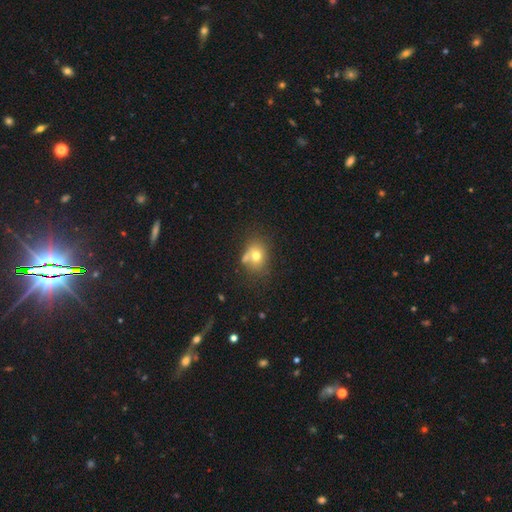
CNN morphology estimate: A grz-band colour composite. It shows a smooth galaxy with no disk features (71%) that is round (54%). Merging: none (52%).